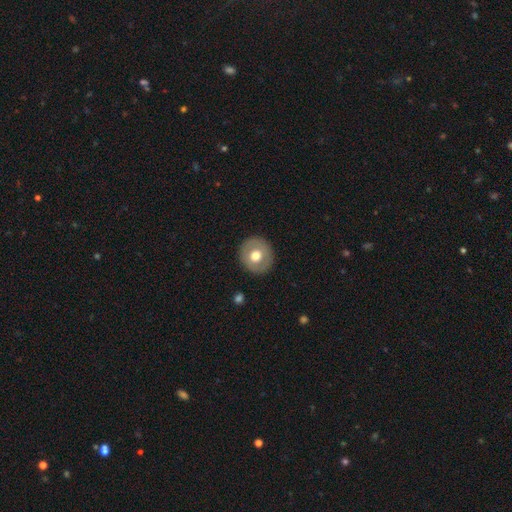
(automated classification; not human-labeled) Smooth or featured? Predicted: smooth (p=0.63). How rounded? Predicted: round (p=0.90). Merging? Predicted: none (p=0.90).